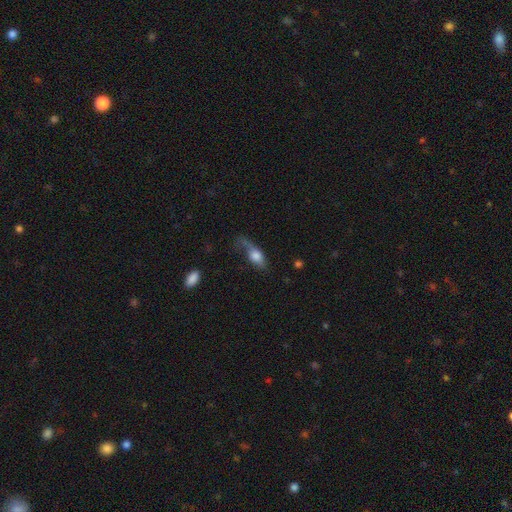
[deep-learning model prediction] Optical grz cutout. It shows a smooth galaxy with no disk features (65%) that is in between round and cigar-shaped (75%). Merging: major disturbance (38%).